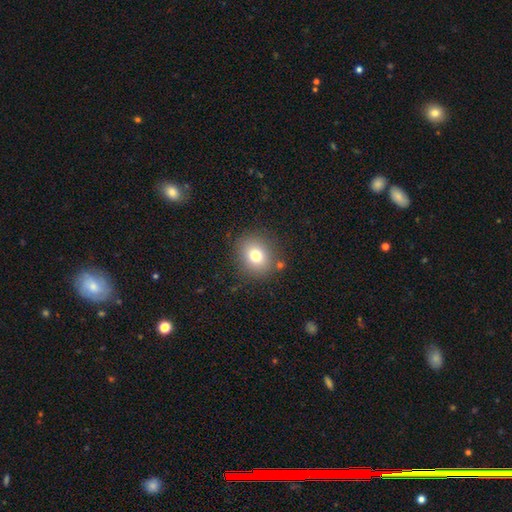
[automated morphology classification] smooth_or_featured: smooth (p=0.76) [alt: star or artifact p=0.13]
how_rounded: round (p=0.77) [alt: in between p=0.22]
merging: none (p=0.85) [alt: minor disturbance p=0.09]